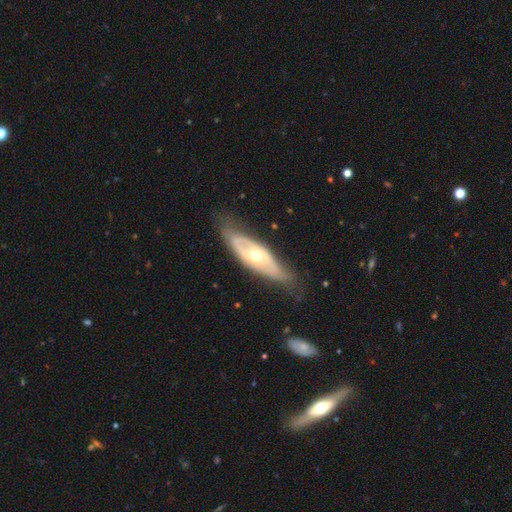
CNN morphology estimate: Overall: featured or disk (74%). Edge-on disk: no (77%). Bar: no (75%). Spiral arms: no (55%; yes 45%). Bulge size: moderate (61%; small 33%). Merging: none (71%).